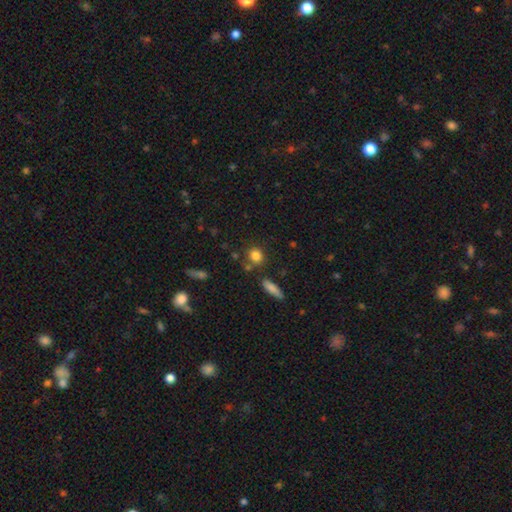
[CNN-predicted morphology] smooth_or_featured: smooth (p=0.83) [alt: star or artifact p=0.10]
how_rounded: round (p=0.76) [alt: in between p=0.21]
merging: none (p=0.74) [alt: merger p=0.11]